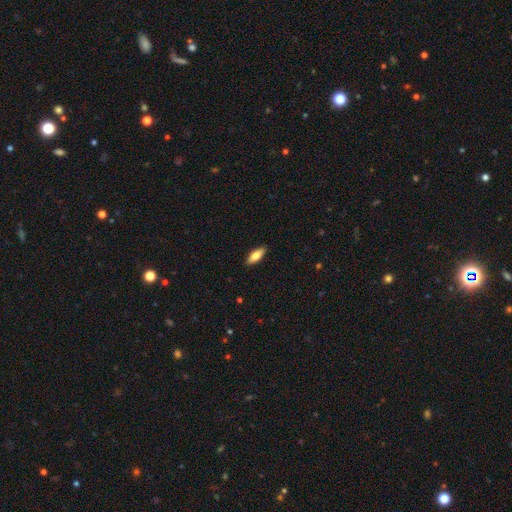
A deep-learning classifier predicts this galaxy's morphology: A smooth galaxy with no disk features (77%) that is in between round and cigar-shaped (69%).

Vote fractions:
- Smooth or featured? smooth: 77% / featured or disk: 17% / star or artifact: 6%
- How rounded? in between: 69% / cigar-shaped: 28% / round: 2%
- Merging? none: 89% / minor disturbance: 8% / major disturbance: 2% / merger: 1%